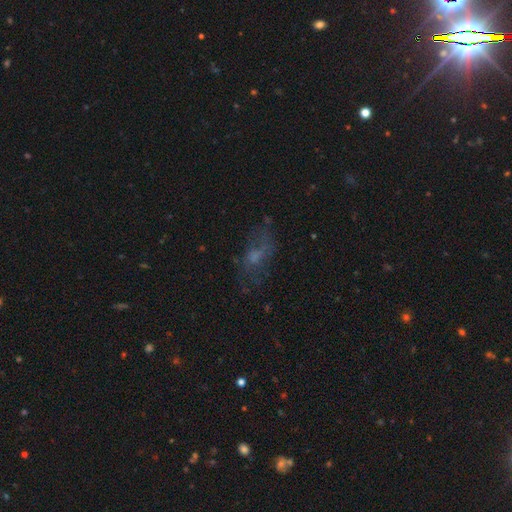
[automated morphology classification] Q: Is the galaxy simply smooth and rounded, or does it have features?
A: featured or disk — 39%.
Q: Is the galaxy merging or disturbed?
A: none — 58%.